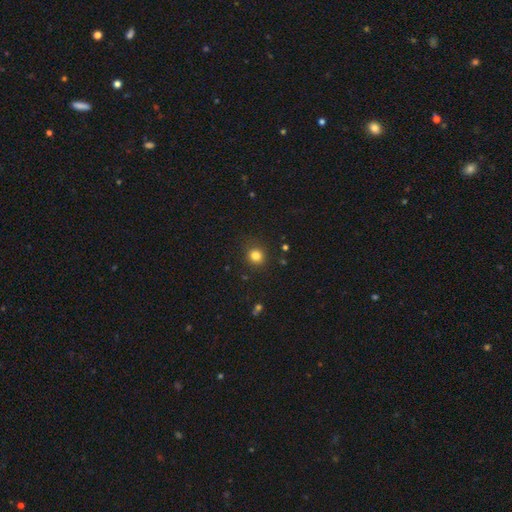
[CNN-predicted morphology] This is clearly a smooth galaxy (82%). How rounded: clearly round (82%). Merging: clearly none (86%).